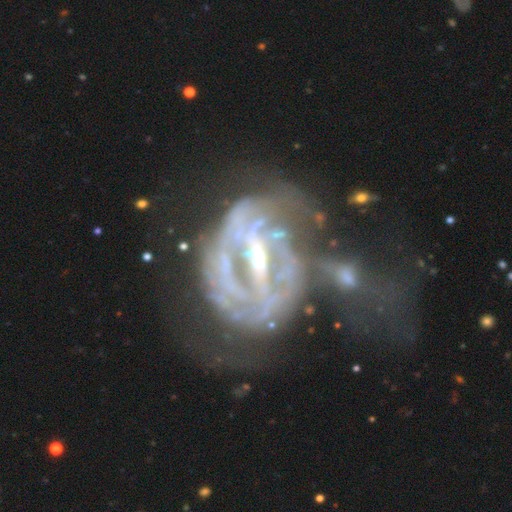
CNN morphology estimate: The model was most divided on "merging": major disturbance: 37%, merger: 26%, none: 23%, minor disturbance: 14%. Remaining: edge-on disk — no (95%); smooth or featured — featured or disk (87%); spiral arms — yes (78%); bulge size — small (61%); bar — strong (60%); spiral winding — tight (56%); spiral arm count — can't tell (45%).